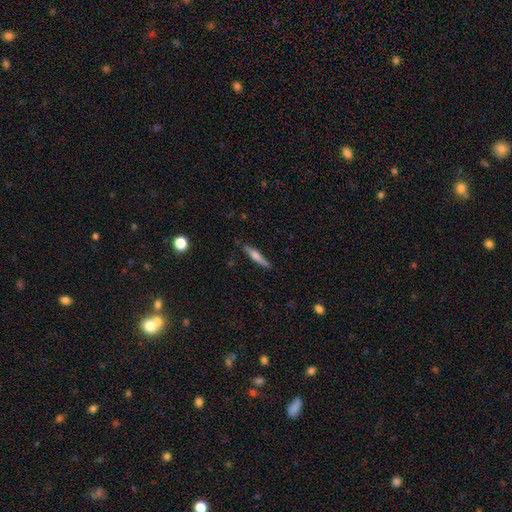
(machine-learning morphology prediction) smooth_or_featured: smooth (p=0.55) [alt: featured or disk p=0.38]
how_rounded: cigar-shaped (p=0.89) [alt: in between p=0.09]
merging: none (p=0.83) [alt: minor disturbance p=0.13]